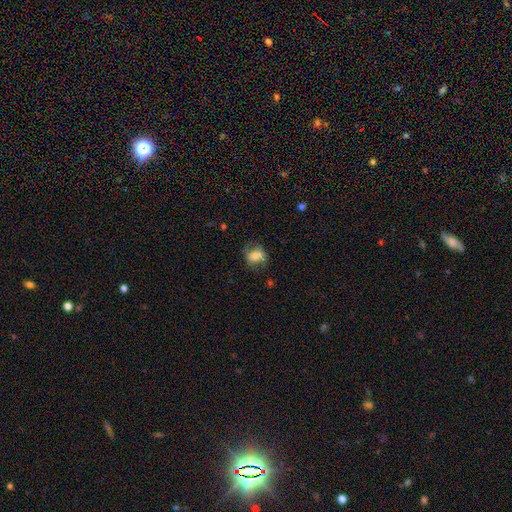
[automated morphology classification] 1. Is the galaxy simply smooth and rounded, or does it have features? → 68% smooth, 23% featured or disk, 9% star or artifact.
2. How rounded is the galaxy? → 65% in between, 33% round, 2% cigar-shaped.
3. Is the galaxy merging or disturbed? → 61% none, 24% minor disturbance, 13% major disturbance, 2% merger.